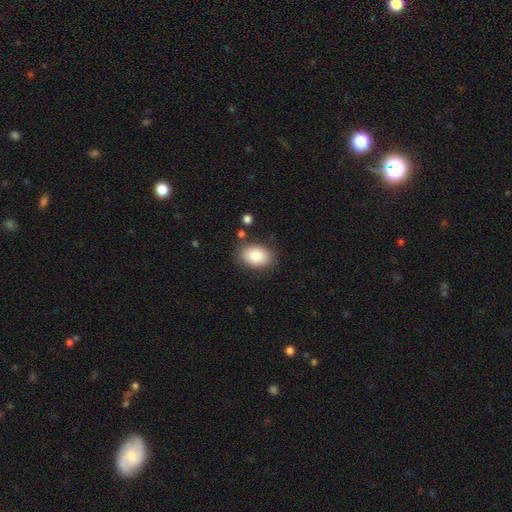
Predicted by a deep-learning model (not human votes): Overall: smooth (83%). How rounded: in between (83%). Merging: none (83%).